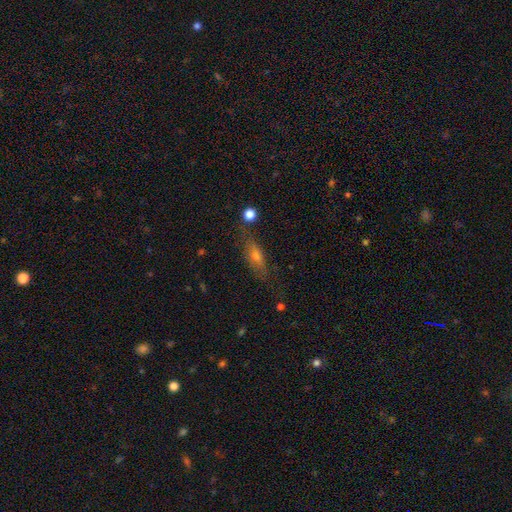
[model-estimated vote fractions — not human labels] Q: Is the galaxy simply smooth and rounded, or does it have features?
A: smooth — 46%.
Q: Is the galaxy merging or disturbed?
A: none — 70%.